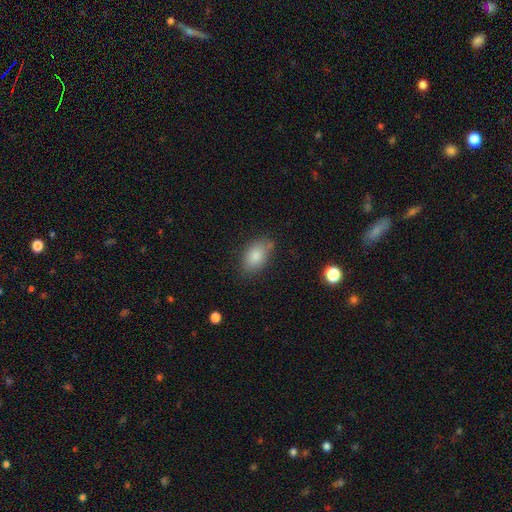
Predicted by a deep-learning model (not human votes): The model was most divided on "merging": none: 74%, minor disturbance: 18%, major disturbance: 4%, merger: 4%. More confident: how rounded — in between (90%); smooth or featured — smooth (84%).